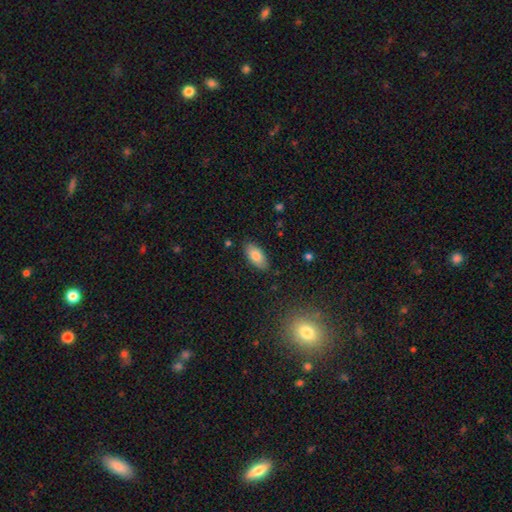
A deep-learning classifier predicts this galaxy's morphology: The model was most divided on "smooth or featured": smooth: 81%, featured or disk: 12%, star or artifact: 7%. More confident: how rounded — in between (91%); merging — none (85%).